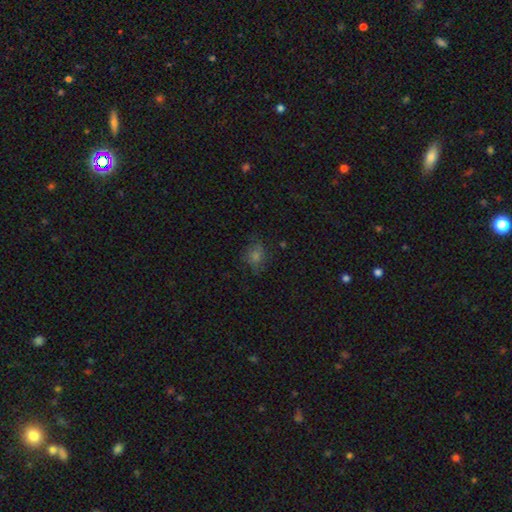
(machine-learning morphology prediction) Smooth or featured: smooth — 50% (star or artifact — 30%)
How rounded: round — 60% (in between — 38%)
Merging: none — 73% (minor disturbance — 18%)